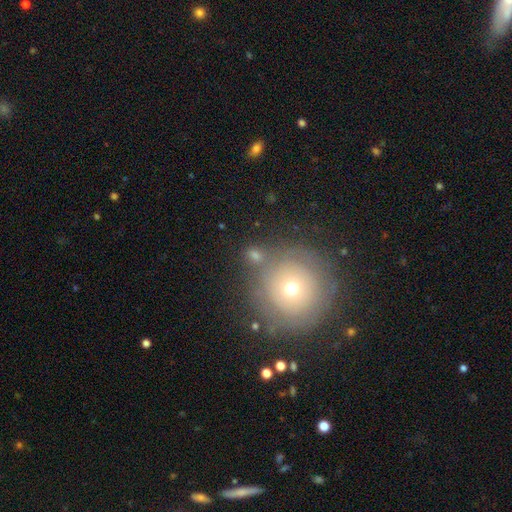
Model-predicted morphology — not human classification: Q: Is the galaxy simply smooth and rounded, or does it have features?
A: smooth — 57%.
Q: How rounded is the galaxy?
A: round — 89%.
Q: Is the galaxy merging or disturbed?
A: none — 68%.